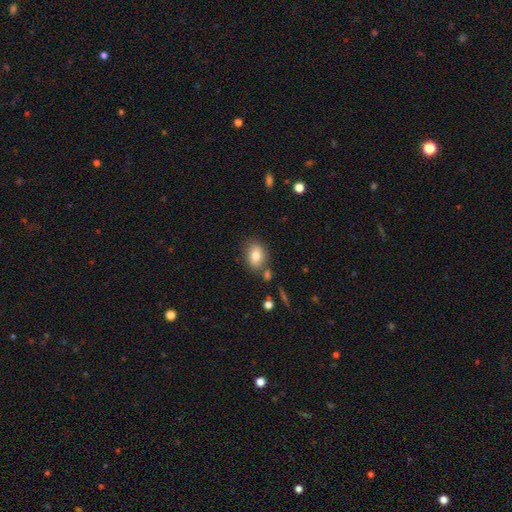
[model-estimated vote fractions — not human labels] A smooth galaxy with no disk features (77%) that is in between round and cigar-shaped (68%).

Vote fractions:
- Smooth or featured? smooth: 77% / featured or disk: 14% / star or artifact: 9%
- How rounded? in between: 68% / round: 31% / cigar-shaped: 2%
- Merging? none: 71% / minor disturbance: 15% / merger: 10% / major disturbance: 4%